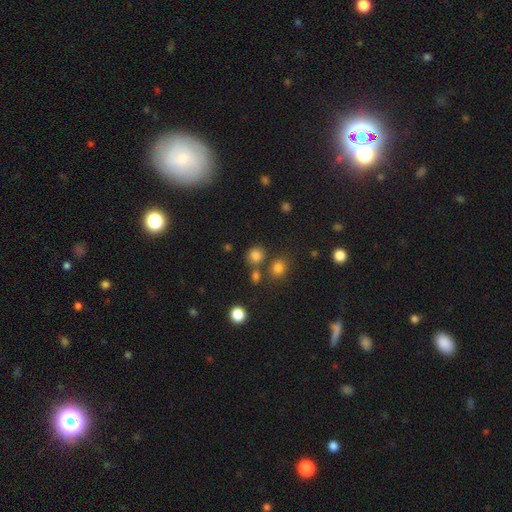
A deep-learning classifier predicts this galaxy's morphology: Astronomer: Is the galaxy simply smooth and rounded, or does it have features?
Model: smooth — 79%.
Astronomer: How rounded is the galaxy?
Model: round — 84%.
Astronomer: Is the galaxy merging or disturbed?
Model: none — 70%.